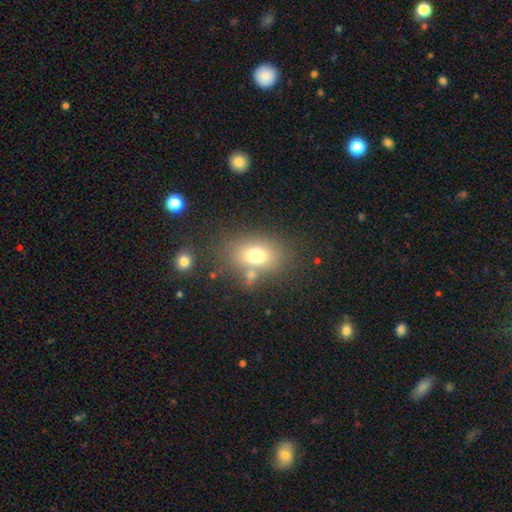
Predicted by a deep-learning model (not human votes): This appears to be a smooth galaxy with no disk features (72%) that is in between round and cigar-shaped (72%). Merging: none (64%).